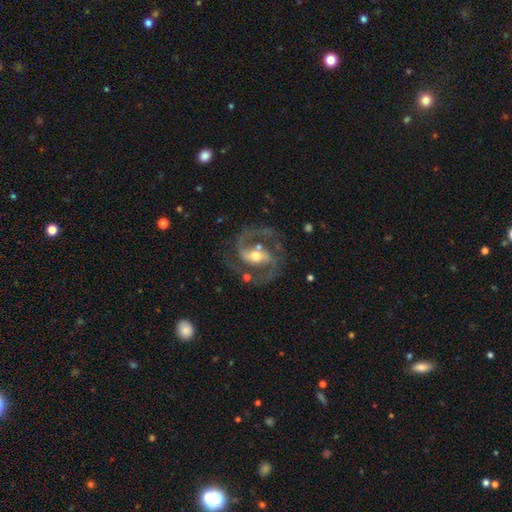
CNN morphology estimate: smooth-or-featured: featured or disk: 91% | star or artifact: 4% | smooth: 4%
  disk-edge-on: no: 98% | yes: 2%
    bar: weak: 43% | strong: 36% | no: 21%
    has-spiral-arms: yes: 97% | no: 3%
      spiral-winding: medium: 67% | tight: 17% | loose: 16%
      spiral-arm-count: 2: 92% | can't tell: 2% | 3: 2% | 1: 2% | 4: 1% | more than 4: 1%
    bulge-size: moderate: 64% | small: 27% | large: 6% | none: 1% | dominant: 1%
  merging: none: 74% | minor disturbance: 14% | major disturbance: 9% | merger: 3%